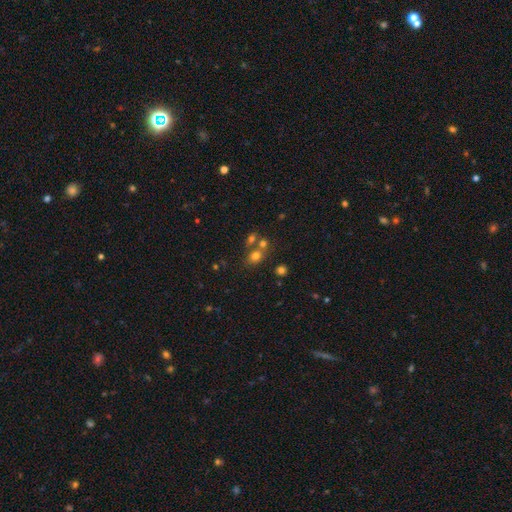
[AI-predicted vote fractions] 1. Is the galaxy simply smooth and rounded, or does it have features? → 70% smooth, 18% star or artifact, 11% featured or disk.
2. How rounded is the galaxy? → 57% round, 41% in between, 1% cigar-shaped.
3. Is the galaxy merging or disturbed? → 52% none, 34% merger, 10% minor disturbance, 4% major disturbance.